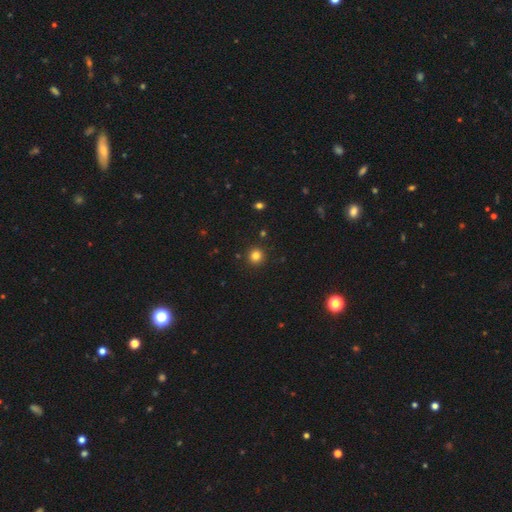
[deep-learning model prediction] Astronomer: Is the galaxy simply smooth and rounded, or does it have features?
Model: smooth — 81%.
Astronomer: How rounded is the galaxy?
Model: round — 94%.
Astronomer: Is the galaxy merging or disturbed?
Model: none — 91%.